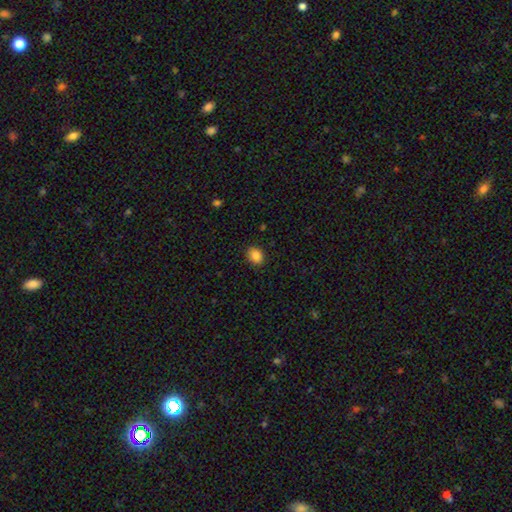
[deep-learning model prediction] Smooth or featured: smooth — 86% (star or artifact — 9%)
How rounded: in between — 55% (round — 44%)
Merging: none — 89% (minor disturbance — 8%)